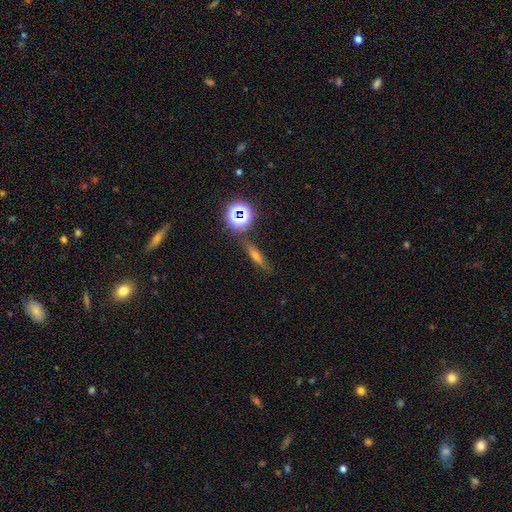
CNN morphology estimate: This appears to be a smooth galaxy with no disk features (42%). Merging: none (83%).